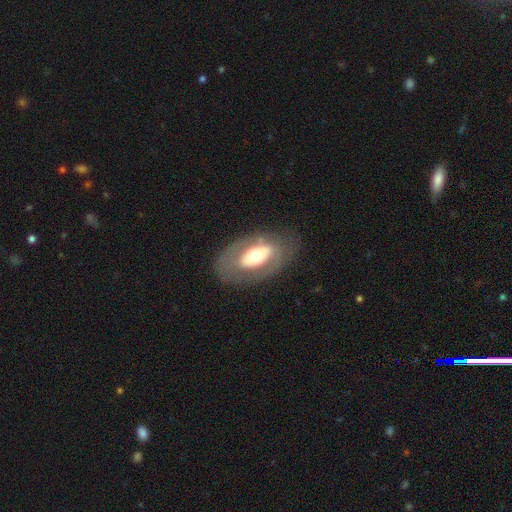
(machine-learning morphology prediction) The model was most divided on "smooth or featured": featured or disk: 56%, smooth: 38%, star or artifact: 6%. More confident: edge-on disk — no (89%); merging — none (74%).